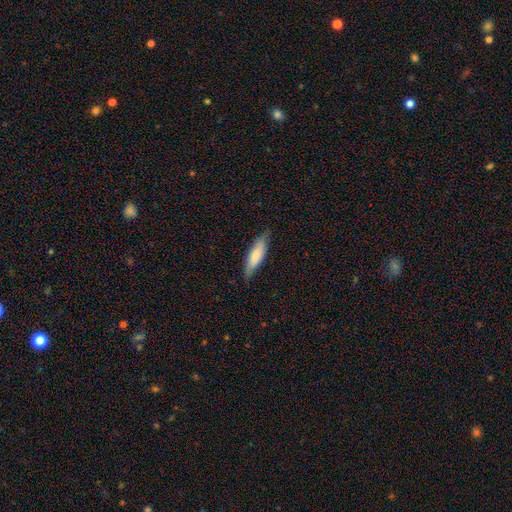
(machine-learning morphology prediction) Smooth or featured? smooth (71%)
How rounded? cigar-shaped (64%)
Merging? none (80%)